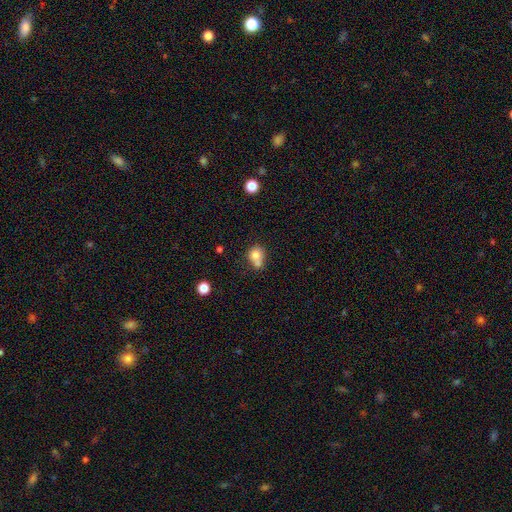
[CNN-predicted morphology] type=smooth (76%); roundness=round (64%); merging=merger (41%).